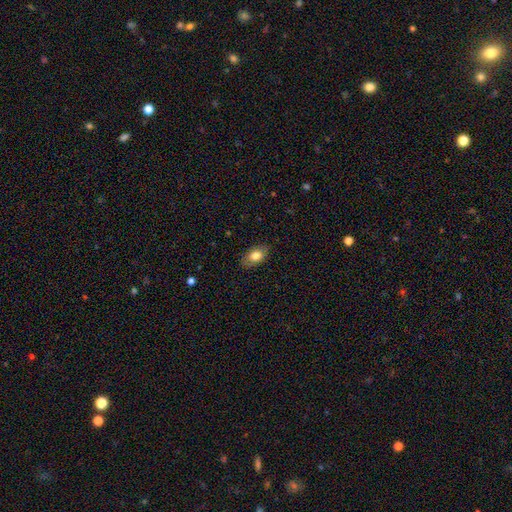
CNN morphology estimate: smooth-or-featured: smooth: 78% | featured or disk: 15% | star or artifact: 7%
  how-rounded: in between: 89% | round: 8% | cigar-shaped: 2%
  merging: none: 84% | minor disturbance: 13% | major disturbance: 3% | merger: 1%